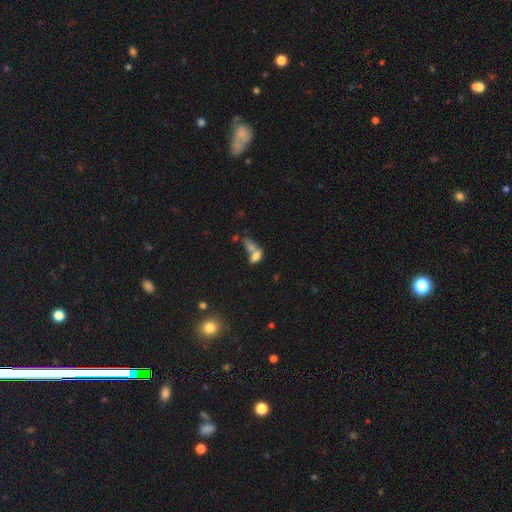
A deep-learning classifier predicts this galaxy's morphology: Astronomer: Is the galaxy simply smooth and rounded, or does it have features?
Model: smooth — 69%.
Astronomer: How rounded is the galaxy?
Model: in between — 82%.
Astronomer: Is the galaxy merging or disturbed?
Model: merger — 61%.